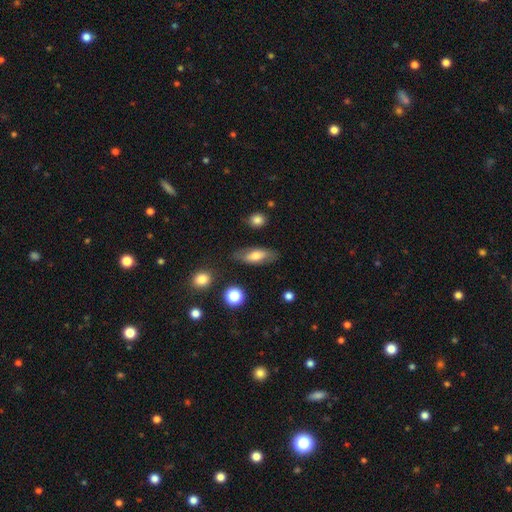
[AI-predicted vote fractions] Smooth or featured? Predicted: smooth (p=0.65). How rounded? Predicted: in between (p=0.68). Merging? Predicted: none (p=0.78).